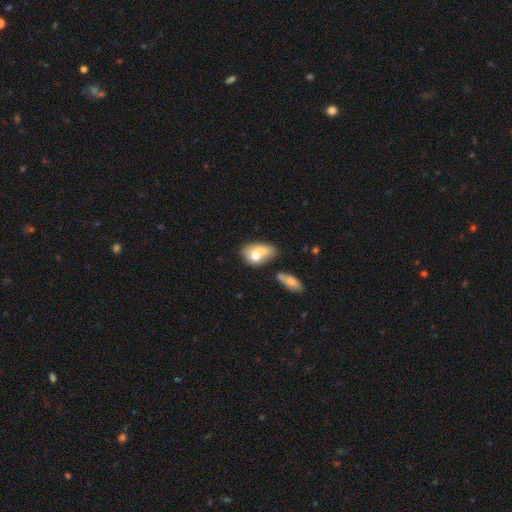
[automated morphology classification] Smooth or featured? smooth (66%)
How rounded? in between (78%)
Merging? merger (40%)